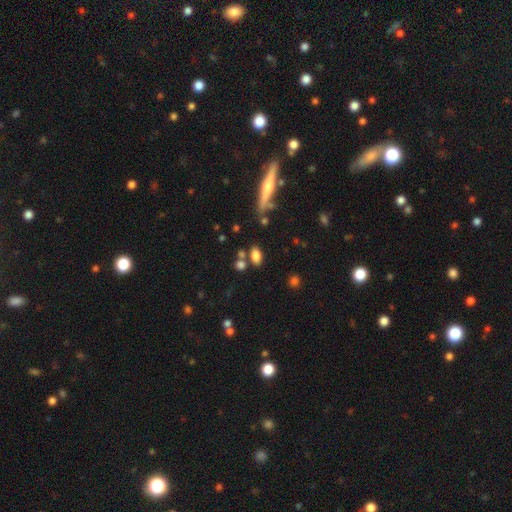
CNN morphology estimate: smooth-or-featured: smooth: 80% | star or artifact: 11% | featured or disk: 9%
  how-rounded: in between: 87% | round: 7% | cigar-shaped: 6%
  merging: none: 69% | merger: 15% | minor disturbance: 12% | major disturbance: 5%